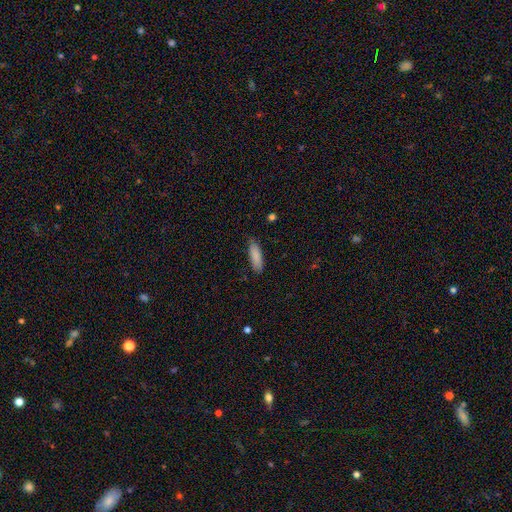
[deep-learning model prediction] smooth_or_featured: smooth (p=0.87) [alt: featured or disk p=0.07]
how_rounded: in between (p=0.49) [tied with: cigar-shaped p=0.49]
merging: none (p=0.83) [alt: minor disturbance p=0.14]